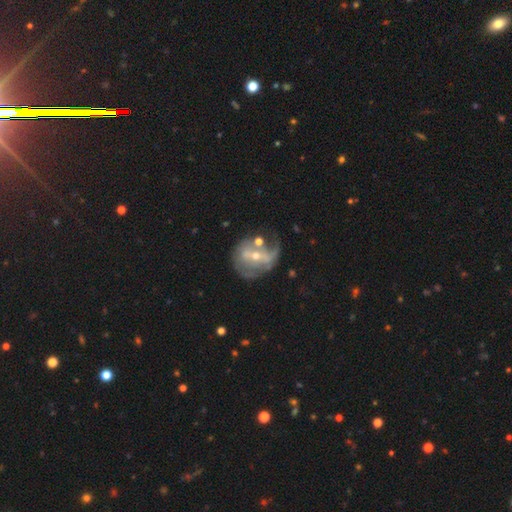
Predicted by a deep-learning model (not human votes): Smooth or featured?
  - featured or disk: 75% *
  - smooth: 16%
  - star or artifact: 9%
Edge-on disk?
  - no: 96% *
  - yes: 4%
Bar?
  - weak: 37% *
  - strong: 32%
  - no: 31%
Spiral arms?
  - yes: 69% *
  - no: 31%
Bulge size?
  - small: 57% *
  - moderate: 39%
  - large: 1%
  - none: 1%
  - dominant: 1%
Merging?
  - none: 37% *
  - major disturbance: 25%
  - minor disturbance: 20%
  - merger: 18%